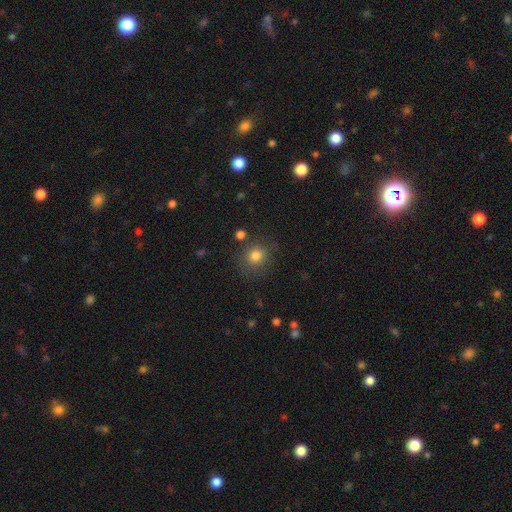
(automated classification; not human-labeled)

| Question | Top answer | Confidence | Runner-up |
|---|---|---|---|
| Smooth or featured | smooth | 80% | star or artifact (13%) |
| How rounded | round | 86% | in between (13%) |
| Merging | none | 79% | minor disturbance (12%) |